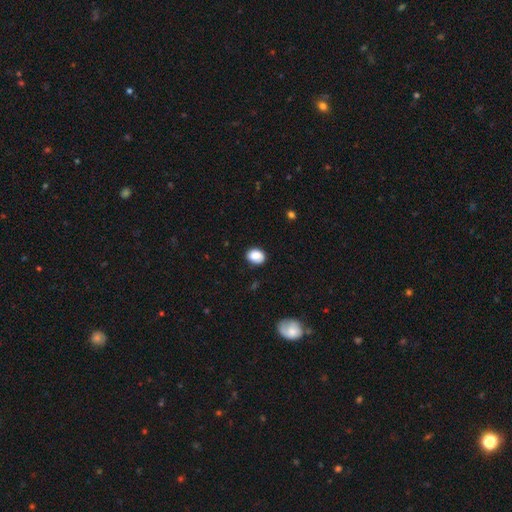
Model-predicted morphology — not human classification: The model was most divided on "how rounded": in between: 57%, round: 42%, cigar-shaped: 1%. More confident: smooth or featured — smooth (86%); merging — none (82%).